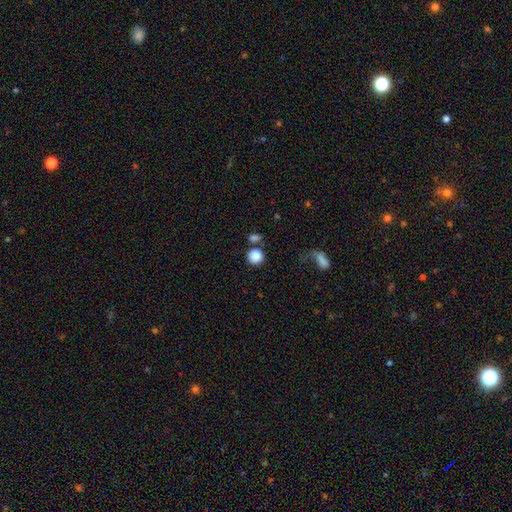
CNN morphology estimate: A smooth galaxy with no disk features (86%) that is round (91%).

Vote fractions:
- Smooth or featured? smooth: 86% / star or artifact: 9% / featured or disk: 5%
- How rounded? round: 91% / in between: 8% / cigar-shaped: 1%
- Merging? none: 69% / merger: 17% / minor disturbance: 10% / major disturbance: 5%